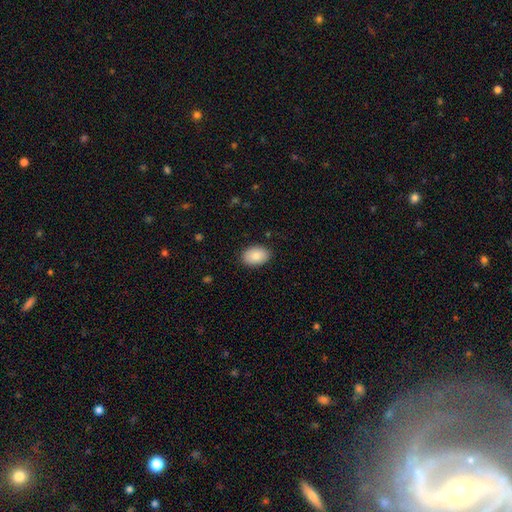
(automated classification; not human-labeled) Smooth or featured? Predicted: smooth (p=0.84). How rounded? Predicted: in between (p=0.86). Merging? Predicted: none (p=0.88).